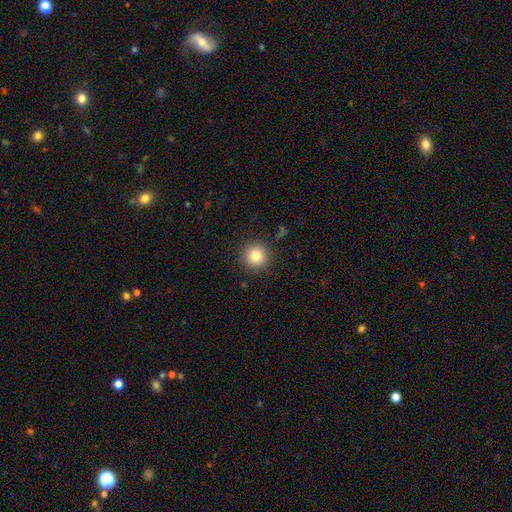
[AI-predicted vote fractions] Smooth or featured?
  - smooth: 83% *
  - star or artifact: 11%
  - featured or disk: 7%
How rounded?
  - round: 94% *
  - in between: 5%
  - cigar-shaped: 1%
Merging?
  - none: 90% *
  - minor disturbance: 7%
  - major disturbance: 3%
  - merger: 1%